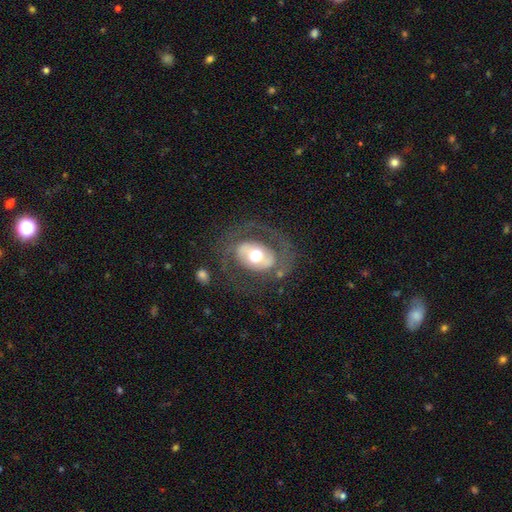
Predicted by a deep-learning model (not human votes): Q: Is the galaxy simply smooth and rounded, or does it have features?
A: featured or disk — 63%.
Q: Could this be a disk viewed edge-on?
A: no — 94%.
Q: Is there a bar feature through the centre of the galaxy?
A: no — 56%.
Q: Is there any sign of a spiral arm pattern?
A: no — 59%.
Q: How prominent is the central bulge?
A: moderate — 61%.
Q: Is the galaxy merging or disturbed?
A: none — 69%.